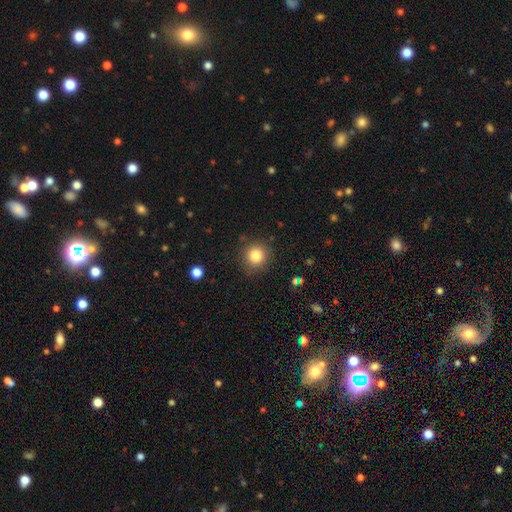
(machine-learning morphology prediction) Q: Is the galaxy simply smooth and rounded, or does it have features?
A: smooth — 82%.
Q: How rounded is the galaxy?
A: round — 92%.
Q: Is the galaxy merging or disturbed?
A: none — 87%.